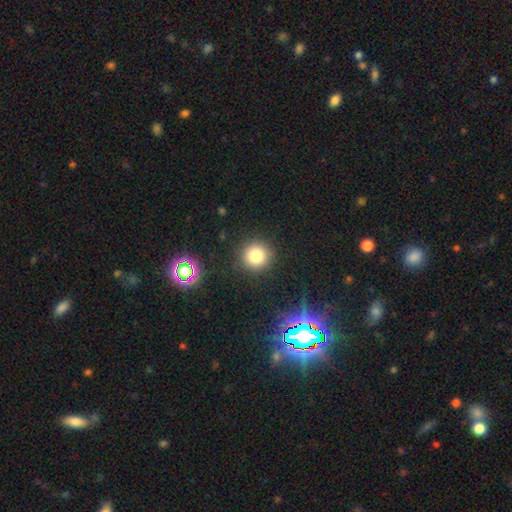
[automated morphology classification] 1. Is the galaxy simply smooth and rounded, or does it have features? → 78% smooth, 15% star or artifact, 7% featured or disk.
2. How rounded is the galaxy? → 94% round, 5% in between, 1% cigar-shaped.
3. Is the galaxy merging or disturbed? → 90% none, 6% minor disturbance, 2% major disturbance, 1% merger.